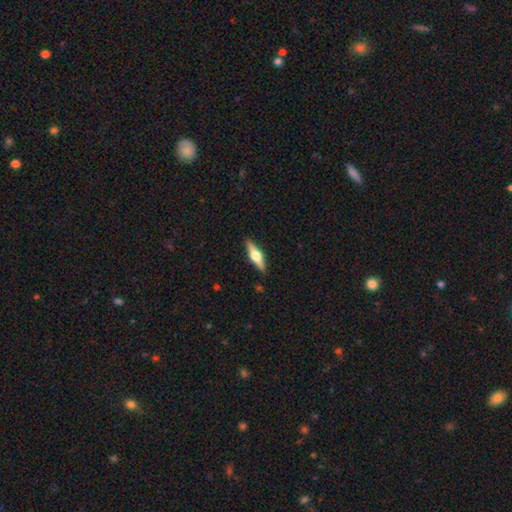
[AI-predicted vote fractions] A featured or disk galaxy (68%) viewed edge-on (97%) with a rounded central bulge (95%).

Vote fractions:
- Smooth or featured? featured or disk: 68% / smooth: 27% / star or artifact: 6%
- Edge-on disk? yes: 97% / no: 3%
- Edge-on bulge? rounded: 95% / boxy: 4% / none: 1%
- Merging? none: 90% / minor disturbance: 8% / major disturbance: 2% / merger: 1%